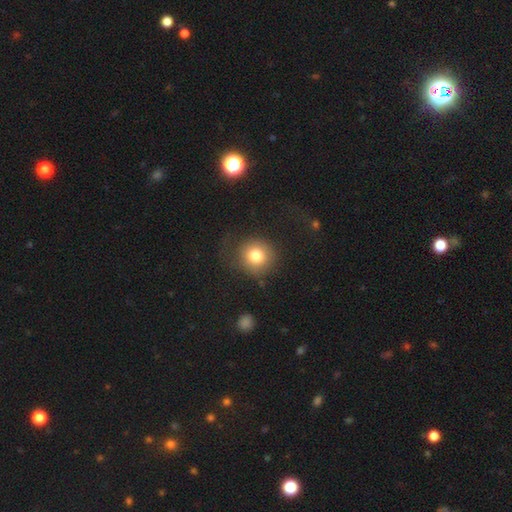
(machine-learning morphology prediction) smooth 79%, featured or disk 11%, star or artifact 10%. Down the decision tree: how rounded — round (89%); merging — none (71%).